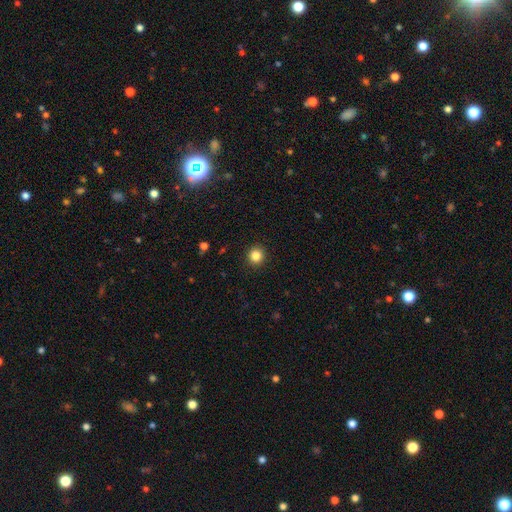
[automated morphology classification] This is clearly a smooth galaxy (85%). How rounded: clearly round (92%). Merging: clearly none (92%).